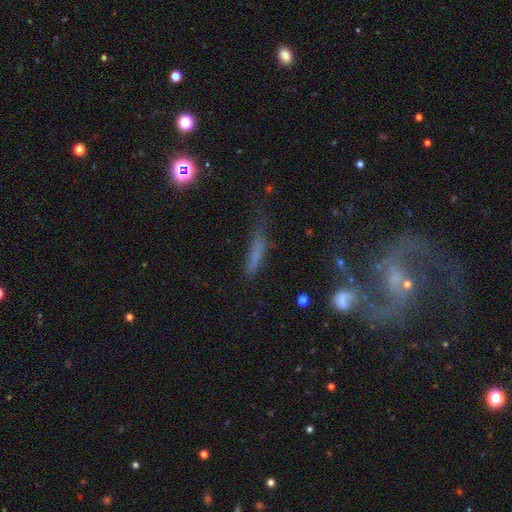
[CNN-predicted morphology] Q: Smooth or featured?
A: smooth (65%); runner-up: featured or disk (21%)
Q: How rounded?
A: cigar-shaped (84%); runner-up: in between (13%)
Q: Merging?
A: none (48%); runner-up: minor disturbance (28%)